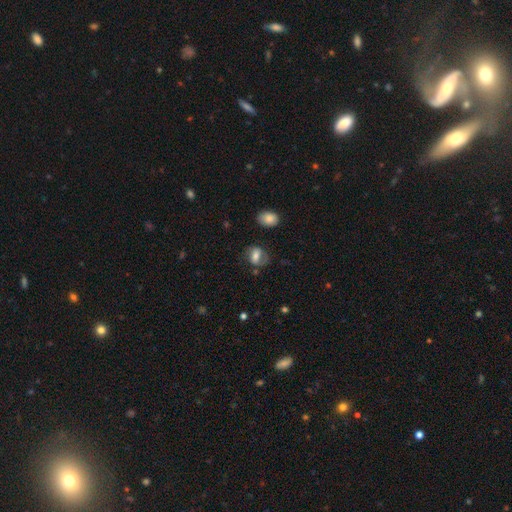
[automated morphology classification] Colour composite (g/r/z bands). It shows a smooth galaxy with no disk features (62%) that is in between round and cigar-shaped (67%). Merging: none (57%).